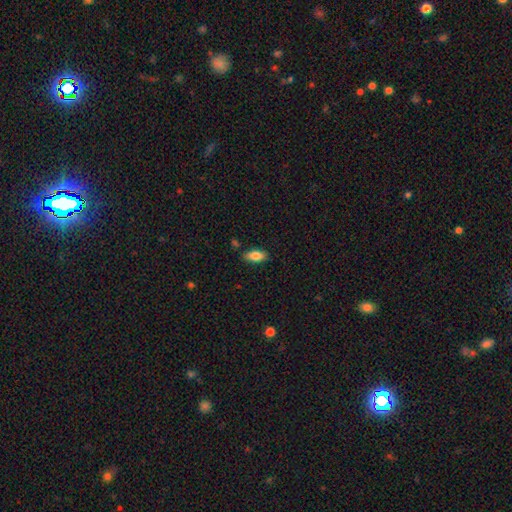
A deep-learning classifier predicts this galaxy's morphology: A smooth galaxy with no disk features (81%) that is in between round and cigar-shaped (86%). Merging: none (83%).